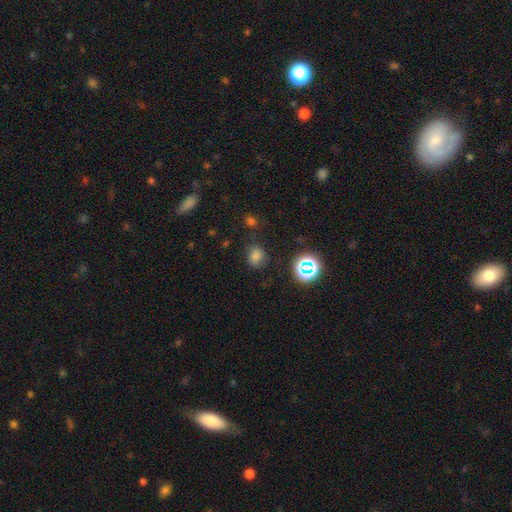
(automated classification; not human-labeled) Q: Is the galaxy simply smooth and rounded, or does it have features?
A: smooth — 72%.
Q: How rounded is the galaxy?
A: round — 55%.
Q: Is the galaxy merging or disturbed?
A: none — 71%.